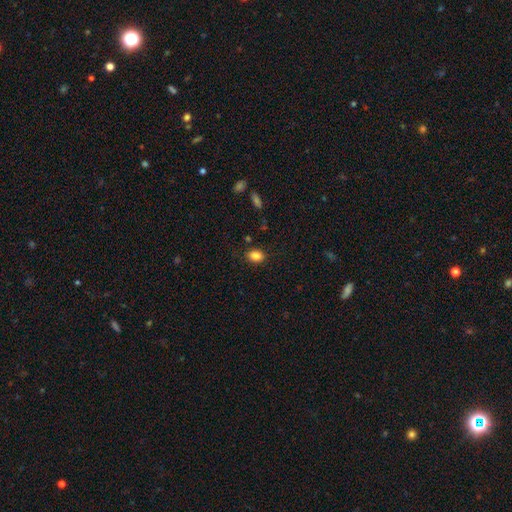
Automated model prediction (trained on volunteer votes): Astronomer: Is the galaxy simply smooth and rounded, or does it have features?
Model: smooth — 86%.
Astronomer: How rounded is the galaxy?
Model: in between — 72%.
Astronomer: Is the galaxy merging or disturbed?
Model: none — 84%.